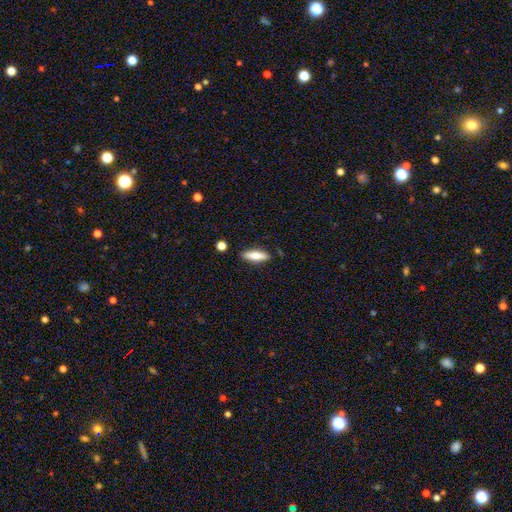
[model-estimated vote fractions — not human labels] This appears to be a smooth galaxy with no disk features (68%) that is cigar-shaped (54%). Merging: none (85%).